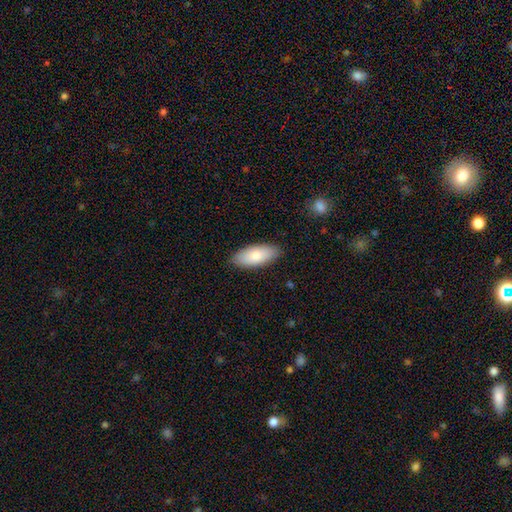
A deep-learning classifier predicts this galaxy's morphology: This is clearly a smooth galaxy (83%). How rounded: clearly in between (87%). Merging: clearly none (87%).